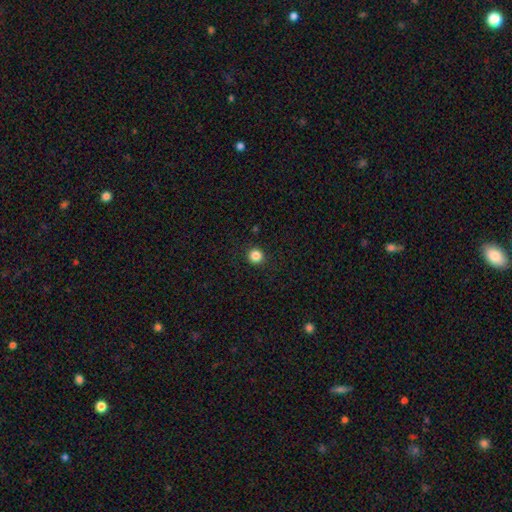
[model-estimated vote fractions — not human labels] Smooth or featured? Predicted: smooth (p=0.85). How rounded? Predicted: round (p=0.95). Merging? Predicted: none (p=0.93).